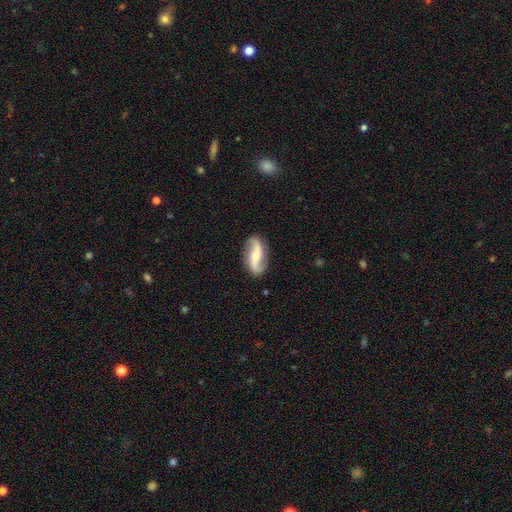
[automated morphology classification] featured or disk 81%, smooth 14%, star or artifact 5%. Down the decision tree: edge-on disk — no (94%); bar — strong (34%, tied with no); spiral arms — yes (95%); spiral arm count — 2 (93%); spiral winding — loose (78%); bulge size — small (46%); merging — none (85%).